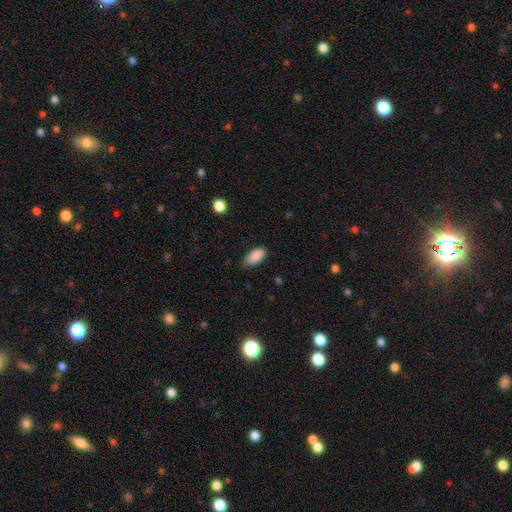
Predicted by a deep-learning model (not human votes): A smooth galaxy with no disk features (89%) that is in between round and cigar-shaped (93%).

Vote fractions:
- Smooth or featured? smooth: 89% / star or artifact: 7% / featured or disk: 4%
- How rounded? in between: 93% / cigar-shaped: 5% / round: 3%
- Merging? none: 71% / minor disturbance: 24% / major disturbance: 3% / merger: 1%